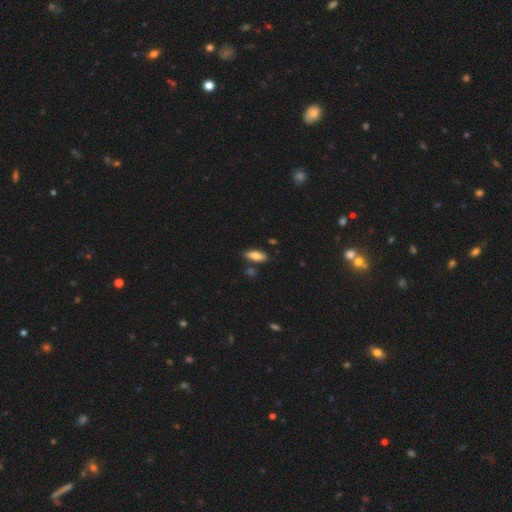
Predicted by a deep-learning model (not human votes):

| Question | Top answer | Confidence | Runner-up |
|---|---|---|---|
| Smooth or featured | smooth | 78% | featured or disk (15%) |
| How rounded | in between | 73% | cigar-shaped (25%) |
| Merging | none | 82% | minor disturbance (11%) |